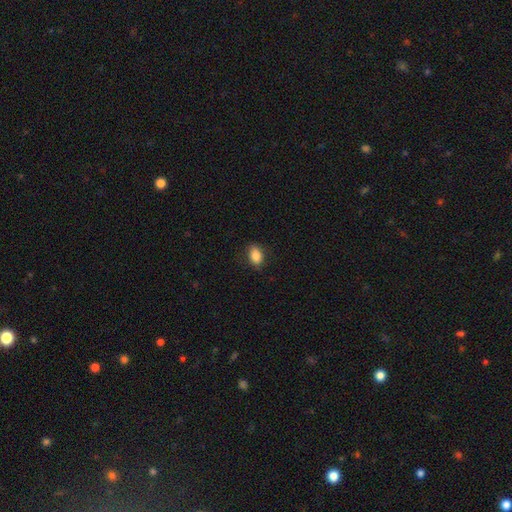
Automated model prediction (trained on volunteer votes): Morphology: type=smooth (86%); roundness=in between (83%); merging=none (84%).